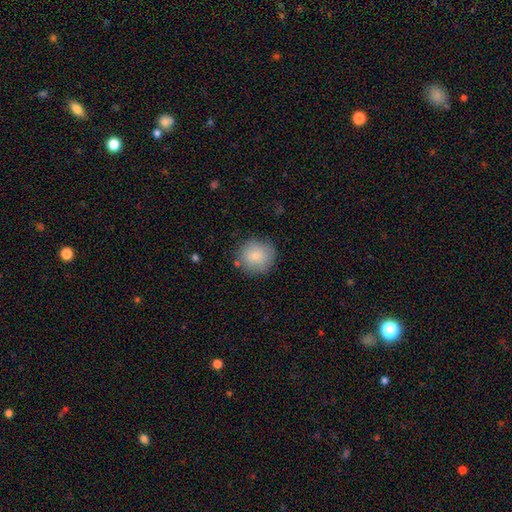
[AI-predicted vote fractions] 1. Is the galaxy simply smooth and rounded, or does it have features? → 82% smooth, 10% featured or disk, 8% star or artifact.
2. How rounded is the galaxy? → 93% round, 6% in between, 1% cigar-shaped.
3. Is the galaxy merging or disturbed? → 83% none, 11% minor disturbance, 3% major disturbance, 2% merger.